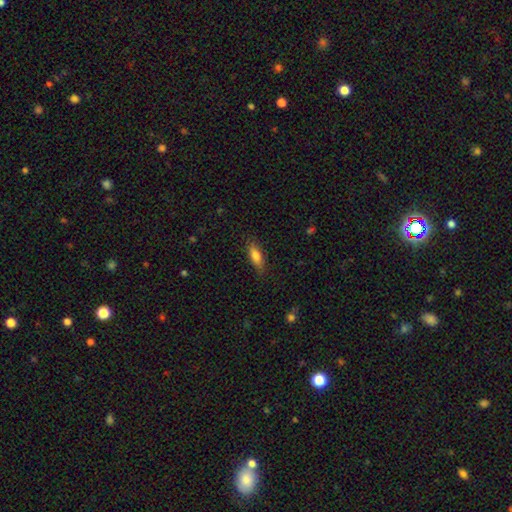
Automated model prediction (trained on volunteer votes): Q: Smooth or featured?
A: smooth (77%); runner-up: featured or disk (16%)
Q: How rounded?
A: in between (60%); runner-up: cigar-shaped (37%)
Q: Merging?
A: none (81%); runner-up: minor disturbance (14%)